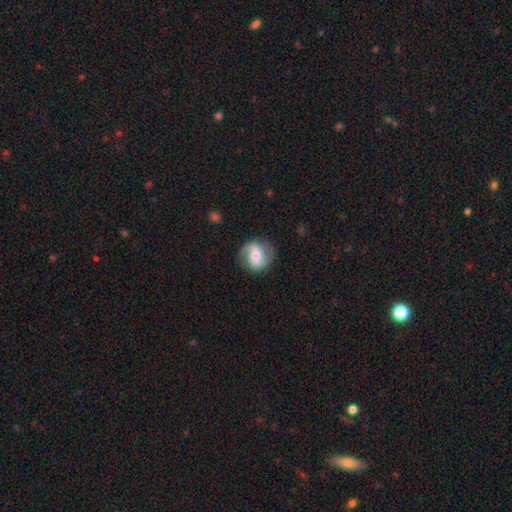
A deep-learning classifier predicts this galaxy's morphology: smooth_or_featured: featured or disk (p=0.76) [alt: smooth p=0.18]
disk_edge_on: no (p=0.97) [alt: yes p=0.03]
bar: weak (p=0.40) [alt: strong p=0.30]
has_spiral_arms: yes (p=0.92) [alt: no p=0.08]
spiral_winding: medium (p=0.46) [alt: loose p=0.33]
spiral_arm_count: 2 (p=0.89) [alt: 1 p=0.04]
bulge_size: moderate (p=0.63) [alt: small p=0.27]
merging: none (p=0.82) [alt: minor disturbance p=0.12]